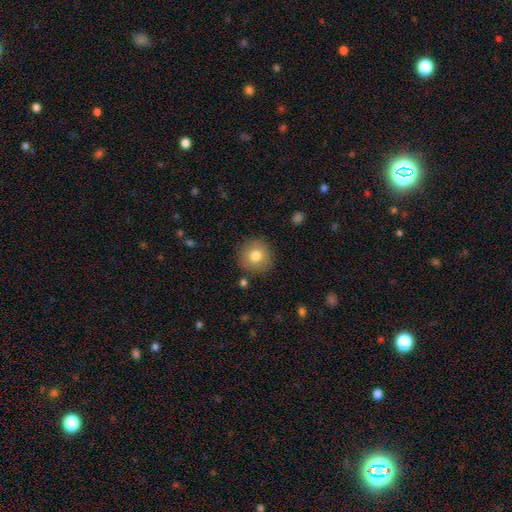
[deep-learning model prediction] A smooth galaxy with no disk features (78%) that is round (94%). Merging: none (88%).